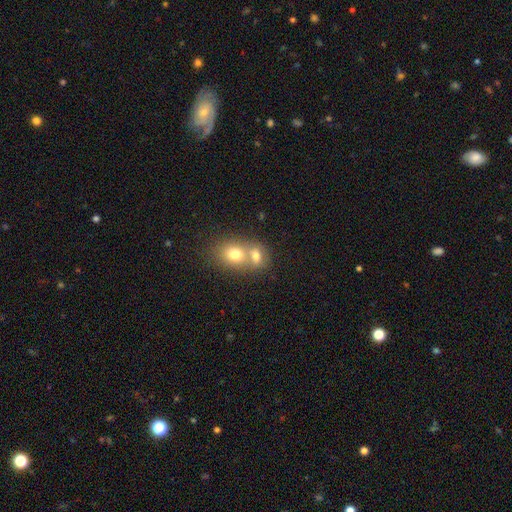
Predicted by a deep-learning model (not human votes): Smooth or featured? smooth (73%)
How rounded? in between (51%)
Merging? merger (65%)